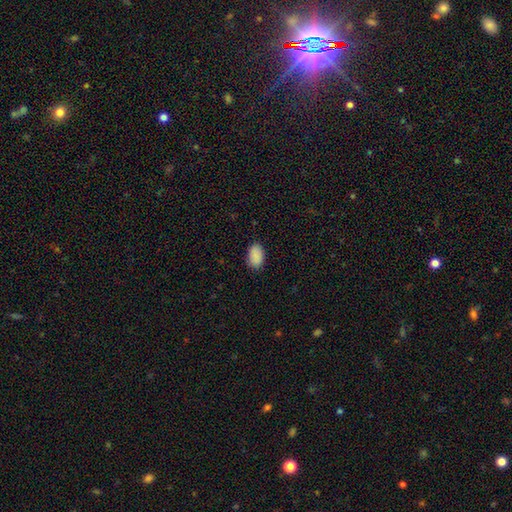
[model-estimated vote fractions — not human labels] The model was most divided on "merging": none: 85%, minor disturbance: 11%, major disturbance: 2%, merger: 1%. More confident: how rounded — in between (91%); smooth or featured — smooth (90%).